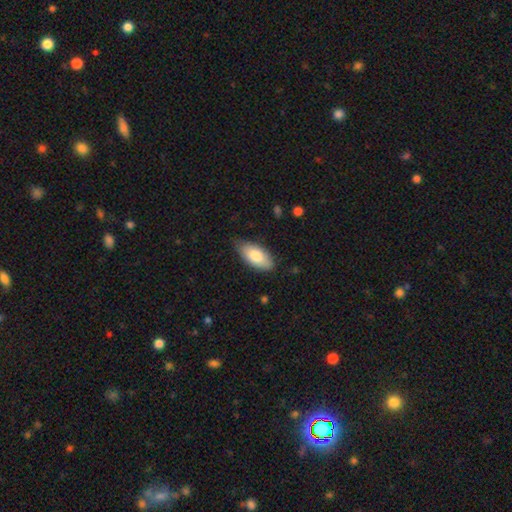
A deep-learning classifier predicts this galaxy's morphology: type=smooth (78%); roundness=in between (91%); merging=none (72%).